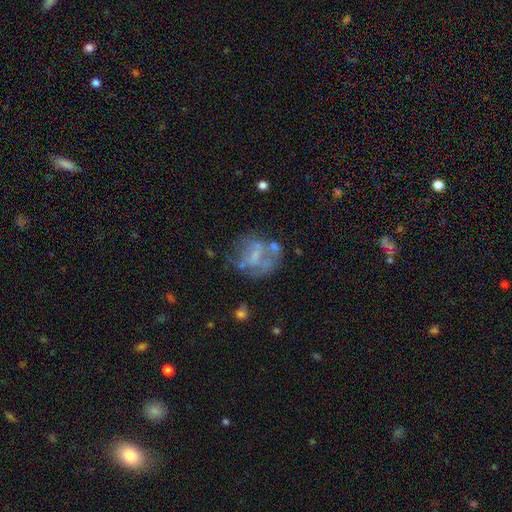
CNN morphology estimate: type=featured or disk (59%); edge-on=no (97%); bar=no (58%); spiral arms=no (74%); bulge=none (41%); merging=none (42%).